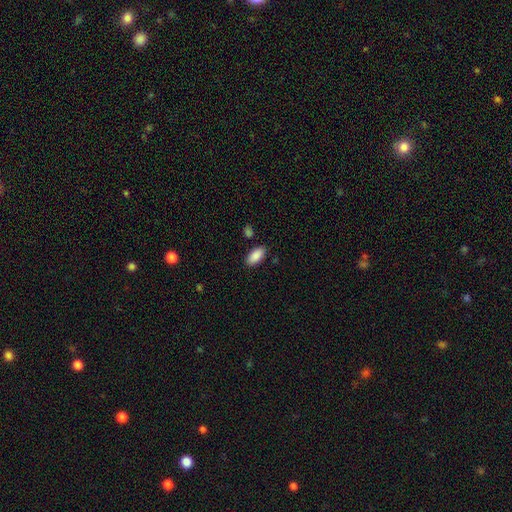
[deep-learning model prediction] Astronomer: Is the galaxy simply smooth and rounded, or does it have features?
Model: smooth — 89%.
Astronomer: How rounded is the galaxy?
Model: in between — 93%.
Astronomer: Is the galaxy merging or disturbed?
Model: none — 85%.